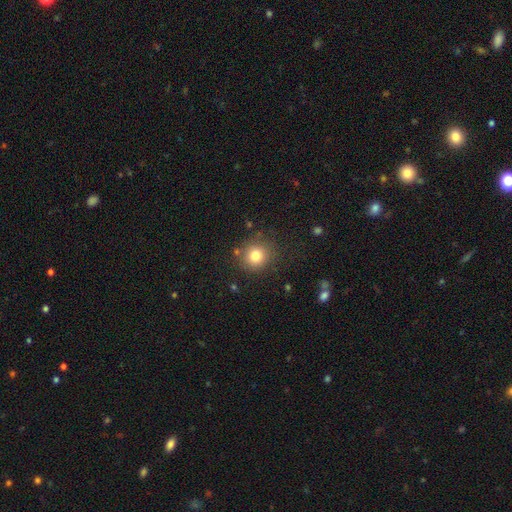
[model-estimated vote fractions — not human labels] Smooth or featured? Predicted: smooth (p=0.80). How rounded? Predicted: round (p=0.90). Merging? Predicted: none (p=0.83).